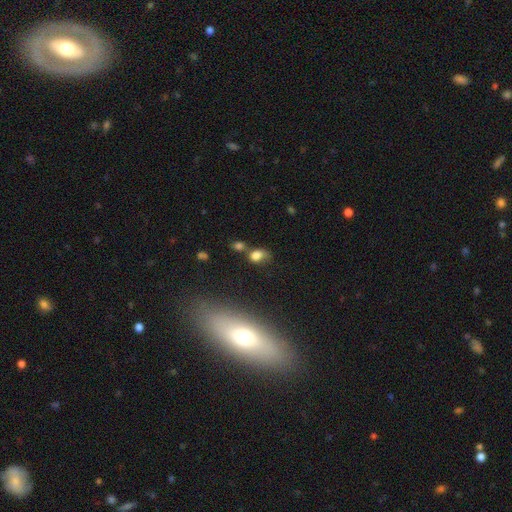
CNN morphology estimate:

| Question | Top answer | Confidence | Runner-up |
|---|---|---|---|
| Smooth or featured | smooth | 72% | star or artifact (15%) |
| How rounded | in between | 70% | round (27%) |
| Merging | none | 34% | merger (32%) |